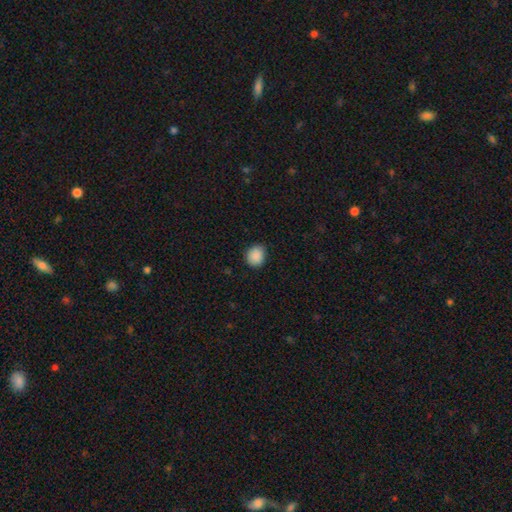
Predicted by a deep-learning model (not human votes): smooth 89%, star or artifact 8%, featured or disk 3%. Down the decision tree: how rounded — round (71%); merging — none (85%).